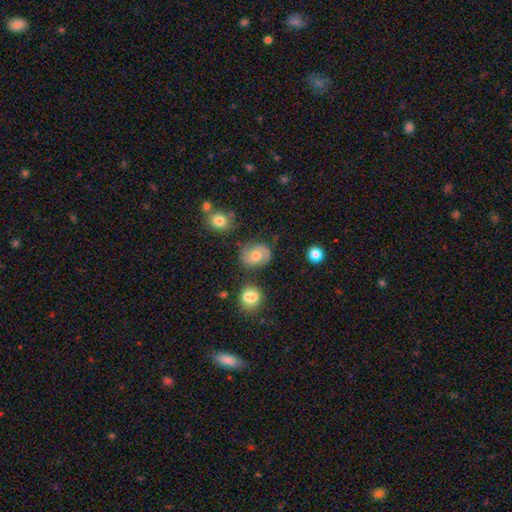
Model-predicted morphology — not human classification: The model was most divided on "smooth or featured": featured or disk: 47%, smooth: 43%, star or artifact: 10%. More confident: merging — none (67%).